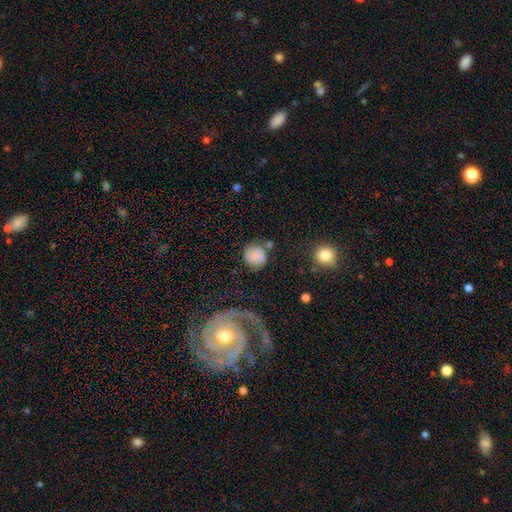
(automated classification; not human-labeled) smooth 78%, featured or disk 12%, star or artifact 10%. Down the decision tree: how rounded — round (86%); merging — none (62%).